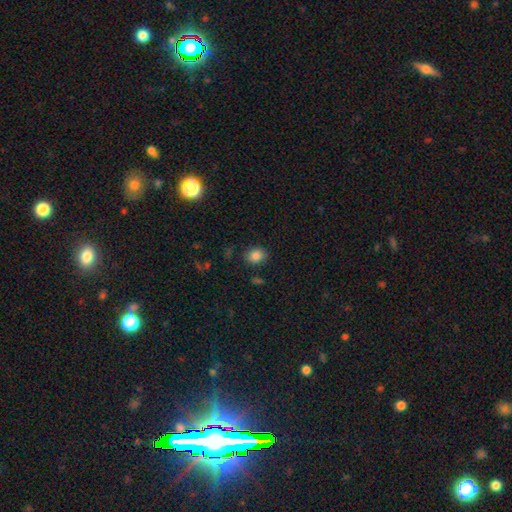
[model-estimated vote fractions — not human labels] The model was most divided on "how rounded": round: 52%, in between: 47%, cigar-shaped: 1%. More confident: smooth or featured — smooth (85%); merging — none (80%).